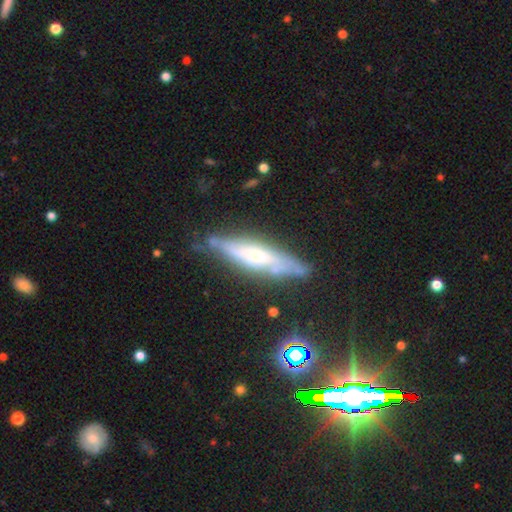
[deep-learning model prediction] featured or disk 65%, smooth 27%, star or artifact 8%. Down the decision tree: edge-on disk — yes (72%); merging — none (70%).